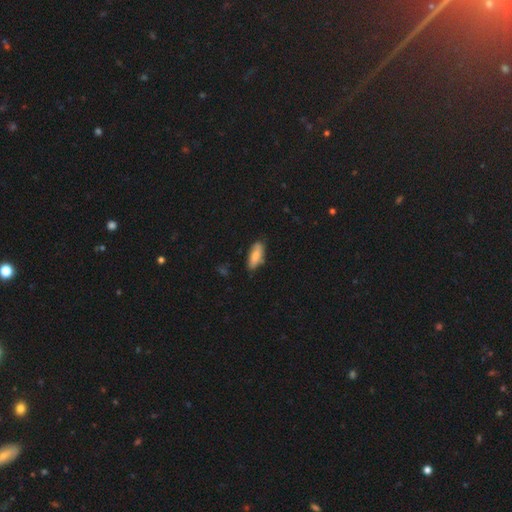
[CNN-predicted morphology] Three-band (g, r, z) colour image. It shows a smooth galaxy with no disk features (82%) that is in between round and cigar-shaped (74%). Merging: none (76%).